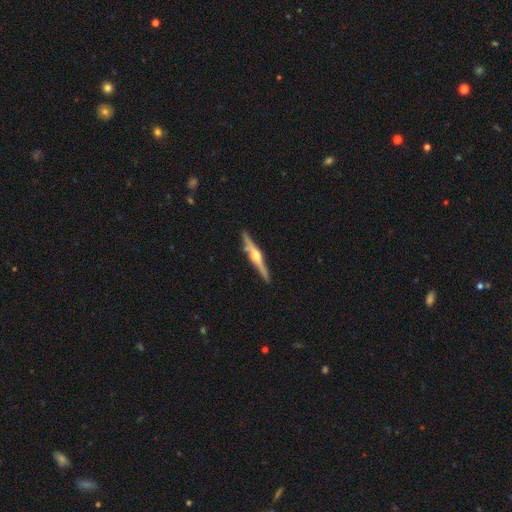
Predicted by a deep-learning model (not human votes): A featured or disk galaxy (79%) viewed edge-on (98%) with a rounded central bulge (92%).

Vote fractions:
- Smooth or featured? featured or disk: 79% / smooth: 16% / star or artifact: 5%
- Edge-on disk? yes: 98% / no: 2%
- Edge-on bulge? rounded: 92% / boxy: 5% / none: 3%
- Merging? none: 87% / minor disturbance: 9% / merger: 2% / major disturbance: 2%